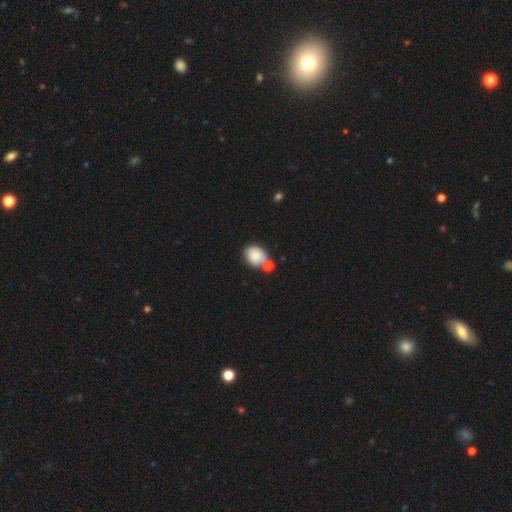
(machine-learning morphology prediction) This appears to be a smooth galaxy with no disk features (84%) that is in between round and cigar-shaped (55%). Merging: none (54%).